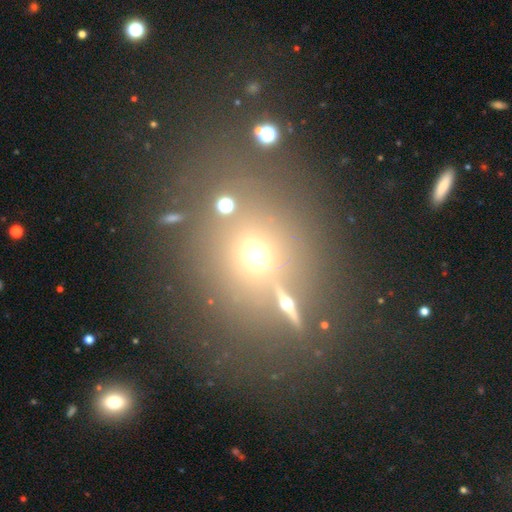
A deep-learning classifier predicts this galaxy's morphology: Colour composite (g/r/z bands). It shows a smooth galaxy with no disk features (49%). Merging: none (71%).